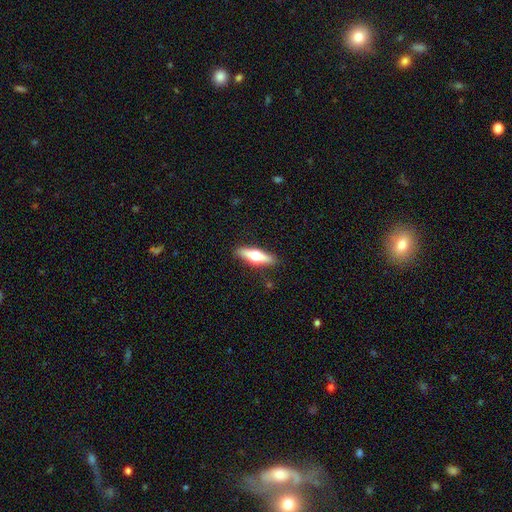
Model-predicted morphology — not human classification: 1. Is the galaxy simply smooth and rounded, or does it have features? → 47% featured or disk (tied), 47% smooth (tied), 6% star or artifact.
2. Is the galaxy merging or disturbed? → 89% none, 8% minor disturbance, 2% major disturbance, 1% merger.